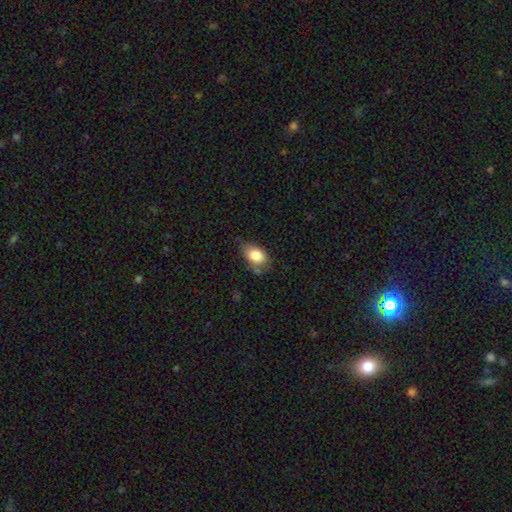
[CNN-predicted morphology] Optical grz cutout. It shows a smooth galaxy with no disk features (83%) that is in between round and cigar-shaped (84%). Merging: none (58%).